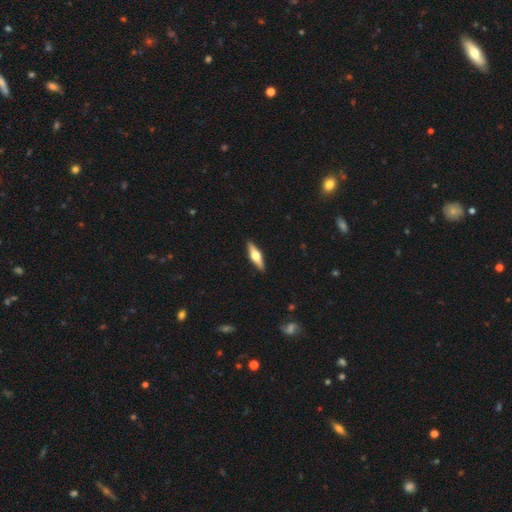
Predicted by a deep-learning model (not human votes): Smooth or featured? Predicted: featured or disk (p=0.63). Edge-on disk? Predicted: yes (p=0.96). Edge-on bulge? Predicted: rounded (p=0.95). Merging? Predicted: none (p=0.91).